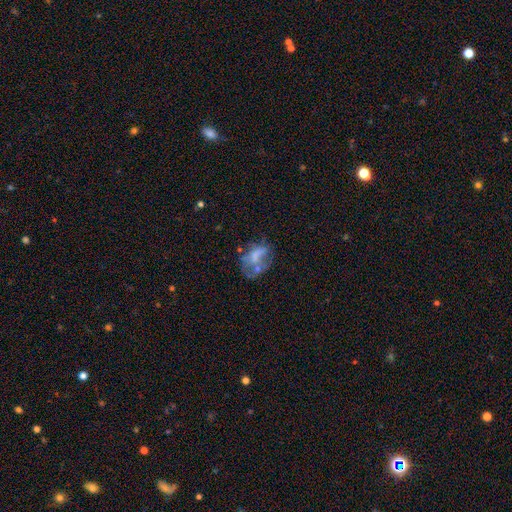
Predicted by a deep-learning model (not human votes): Smooth or featured?
  - featured or disk: 48% *
  - smooth: 40%
  - star or artifact: 12%
Merging?
  - none: 33% *
  - major disturbance: 32%
  - minor disturbance: 22%
  - merger: 14%